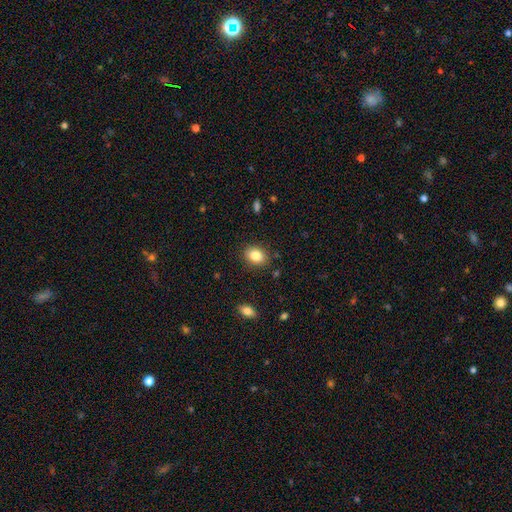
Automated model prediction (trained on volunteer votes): This is clearly a smooth galaxy (85%). How rounded: likely in between (66%). Merging: clearly none (87%).